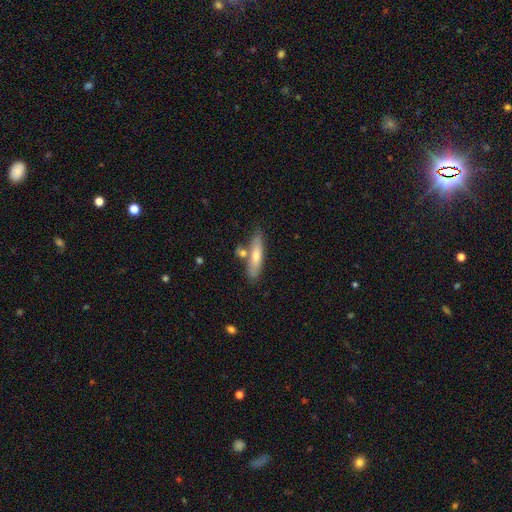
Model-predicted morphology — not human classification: Smooth or featured?
  - smooth: 58% *
  - featured or disk: 35%
  - star or artifact: 6%
How rounded?
  - cigar-shaped: 76% *
  - in between: 22%
  - round: 2%
Merging?
  - none: 72% *
  - minor disturbance: 14%
  - merger: 12%
  - major disturbance: 3%